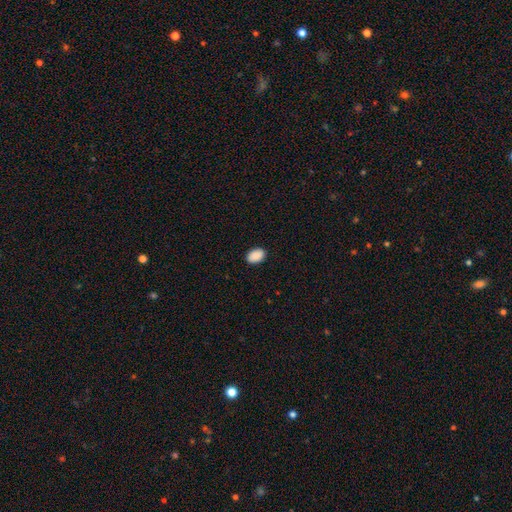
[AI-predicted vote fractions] Morphology: type=smooth (91%); roundness=in between (85%); merging=none (89%).